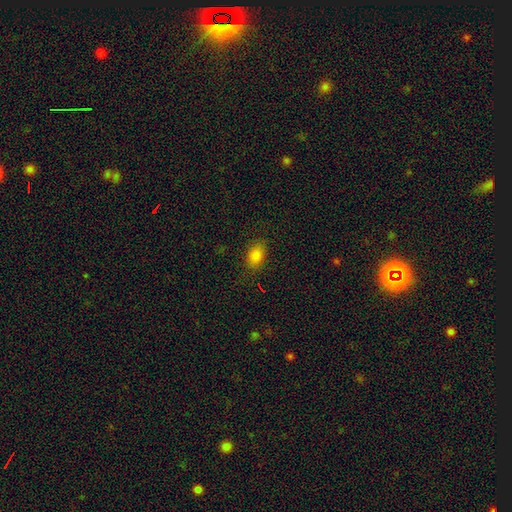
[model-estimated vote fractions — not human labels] Q: Smooth or featured?
A: smooth (84%); runner-up: star or artifact (11%)
Q: How rounded?
A: in between (85%); runner-up: round (13%)
Q: Merging?
A: none (83%); runner-up: minor disturbance (12%)